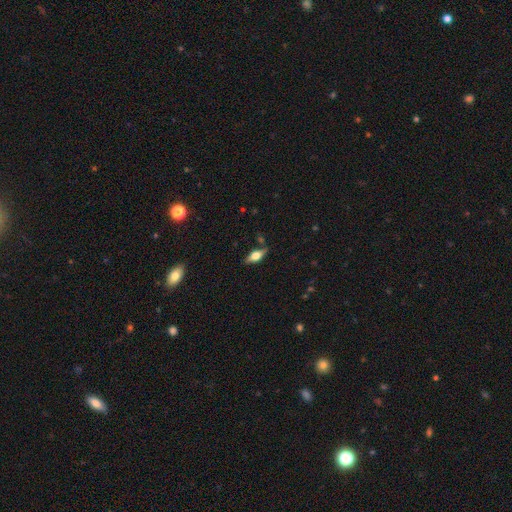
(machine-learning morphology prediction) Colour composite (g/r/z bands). It shows a featured or disk galaxy (57%) viewed edge-on (92%) with a rounded central bulge (92%). Merging: none (81%).